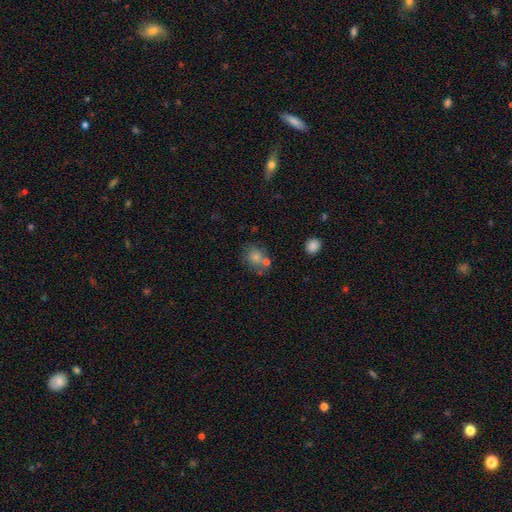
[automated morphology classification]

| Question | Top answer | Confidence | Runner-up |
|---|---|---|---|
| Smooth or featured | smooth | 71% | featured or disk (15%) |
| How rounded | round | 54% | in between (44%) |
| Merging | none | 56% | merger (22%) |